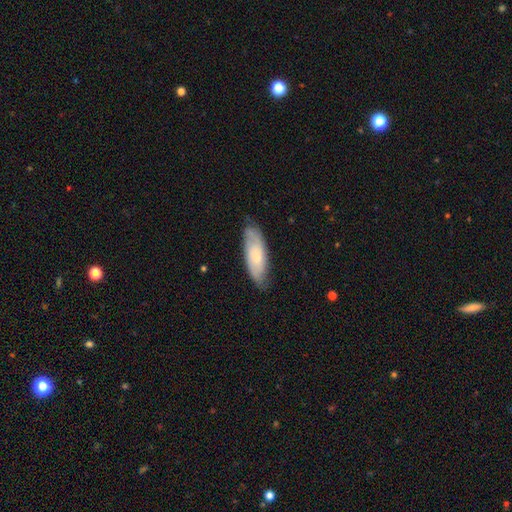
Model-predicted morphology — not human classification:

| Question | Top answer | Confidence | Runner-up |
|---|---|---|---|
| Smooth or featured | smooth | 54% | featured or disk (39%) |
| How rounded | in between | 63% | cigar-shaped (36%) |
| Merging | none | 75% | minor disturbance (20%) |